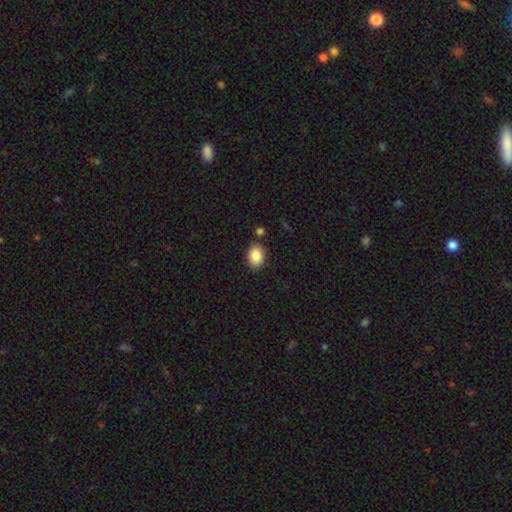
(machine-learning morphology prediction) Smooth or featured? Predicted: smooth (p=0.88). How rounded? Predicted: in between (p=0.74). Merging? Predicted: none (p=0.81).